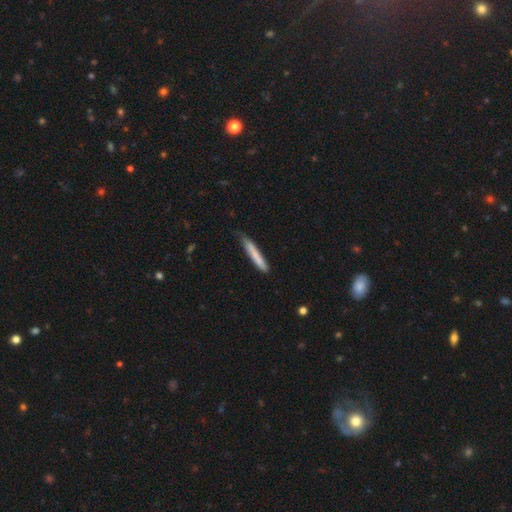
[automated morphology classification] Smooth or featured?
  - smooth: 76% *
  - featured or disk: 18%
  - star or artifact: 6%
How rounded?
  - cigar-shaped: 95% *
  - in between: 4%
  - round: 1%
Merging?
  - none: 69% *
  - minor disturbance: 25%
  - major disturbance: 4%
  - merger: 2%